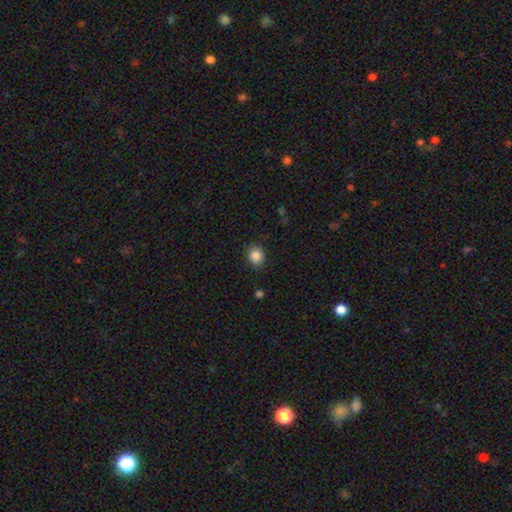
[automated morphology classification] Overall: smooth (87%). How rounded: round (82%). Merging: none (88%).